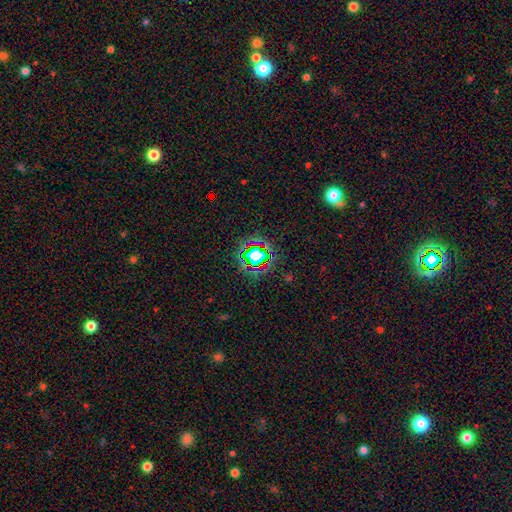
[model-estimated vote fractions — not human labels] This is likely a star or artifact rather than a galaxy (64%).